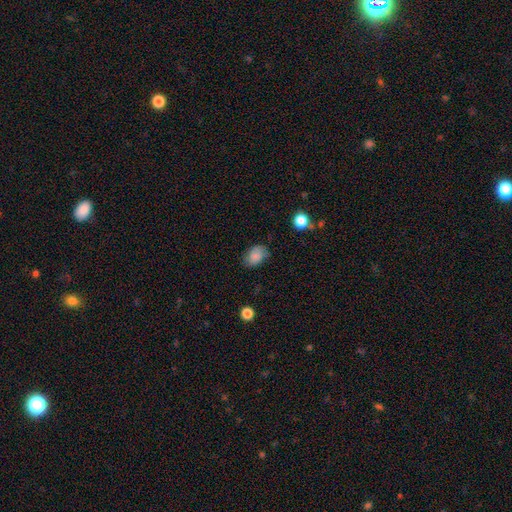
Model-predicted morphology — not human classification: Smooth or featured? smooth (83%)
How rounded? in between (81%)
Merging? none (71%)